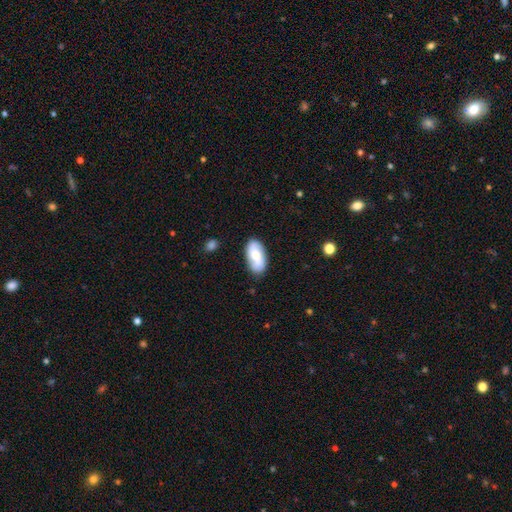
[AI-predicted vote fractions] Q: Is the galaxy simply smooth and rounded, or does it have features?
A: smooth — 57%.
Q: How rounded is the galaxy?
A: in between — 91%.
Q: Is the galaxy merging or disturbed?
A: none — 71%.